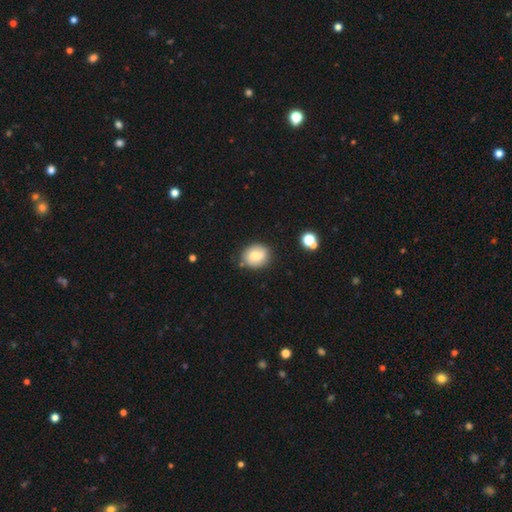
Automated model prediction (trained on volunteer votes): smooth-or-featured: smooth: 66% | featured or disk: 25% | star or artifact: 9%
  how-rounded: round: 71% | in between: 28% | cigar-shaped: 1%
  merging: none: 78% | minor disturbance: 15% | major disturbance: 3% | merger: 3%